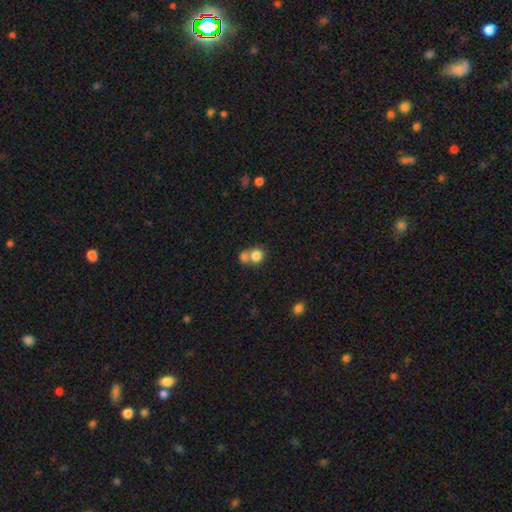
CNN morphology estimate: A smooth galaxy with no disk features (80%) that is round (80%).

Vote fractions:
- Smooth or featured? smooth: 80% / featured or disk: 10% / star or artifact: 10%
- How rounded? round: 80% / in between: 19% / cigar-shaped: 1%
- Merging? merger: 53% / none: 37% / minor disturbance: 7% / major disturbance: 3%